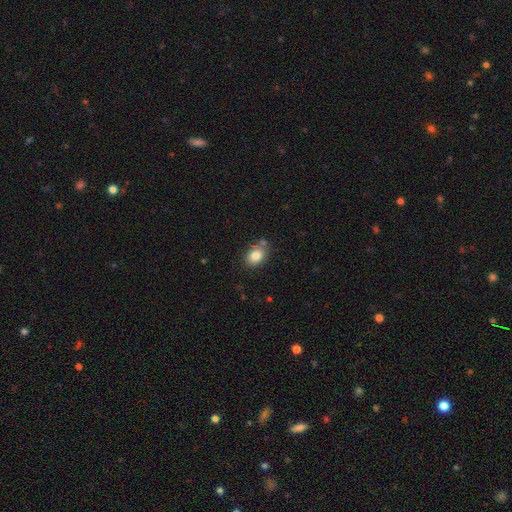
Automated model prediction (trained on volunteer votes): Q: Smooth or featured?
A: smooth (82%); runner-up: featured or disk (9%)
Q: How rounded?
A: in between (69%); runner-up: round (30%)
Q: Merging?
A: none (70%); runner-up: minor disturbance (16%)